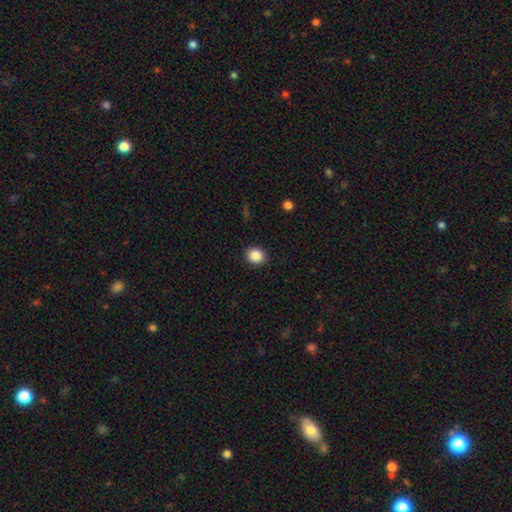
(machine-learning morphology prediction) smooth 87%, star or artifact 10%, featured or disk 4%. Down the decision tree: how rounded — round (78%); merging — none (91%).